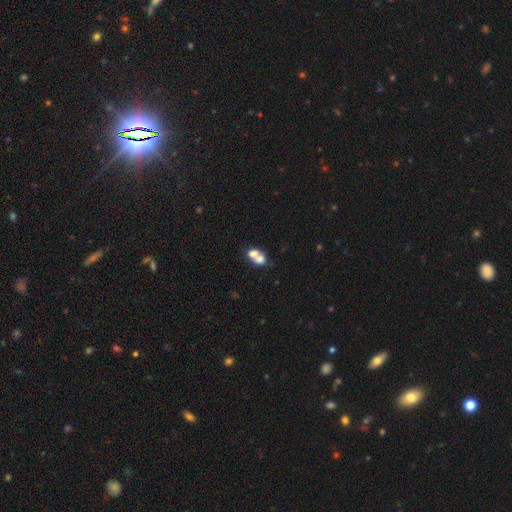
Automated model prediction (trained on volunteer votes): This is likely a smooth galaxy (66%). How rounded: possibly in between (56%). Merging: likely merger (67%).